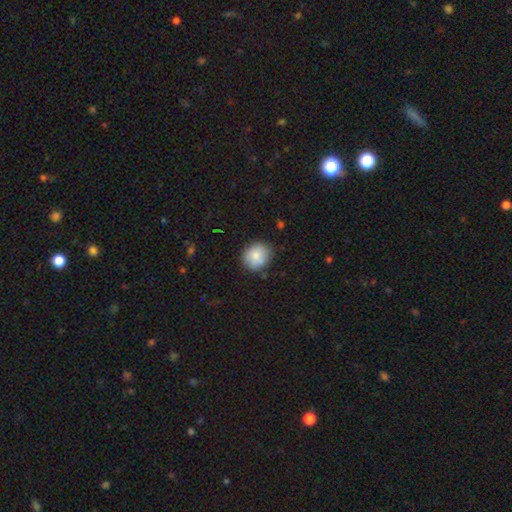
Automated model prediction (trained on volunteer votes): Smooth or featured? smooth (80%)
How rounded? round (69%)
Merging? none (76%)